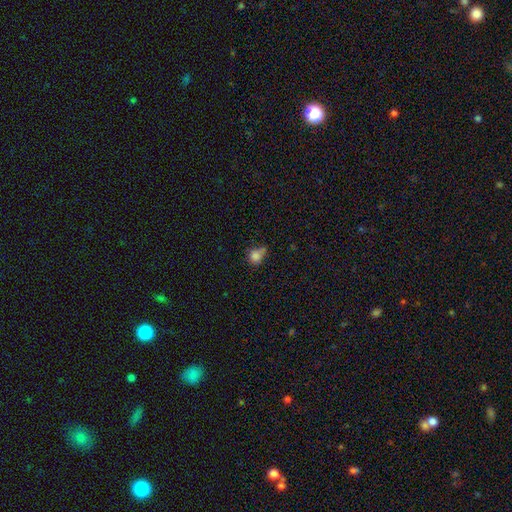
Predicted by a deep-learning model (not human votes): smooth 81%, star or artifact 12%, featured or disk 7%. Down the decision tree: how rounded — round (73%); merging — none (45%).